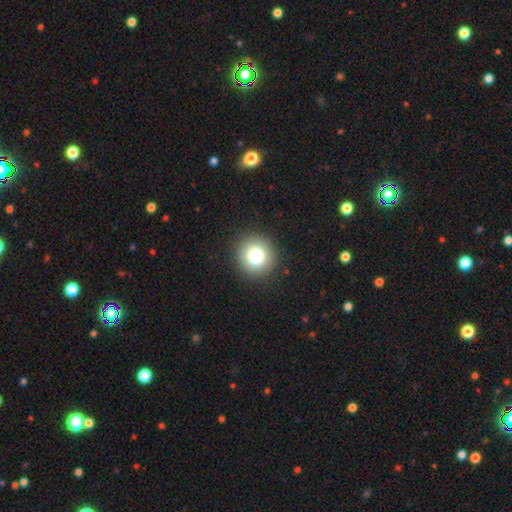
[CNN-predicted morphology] type=smooth (79%); roundness=round (94%); merging=none (91%).